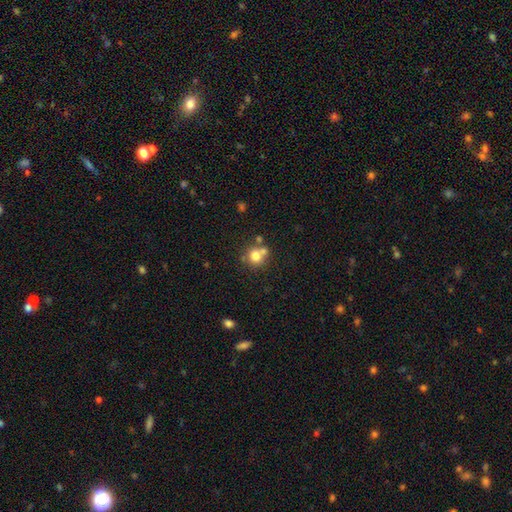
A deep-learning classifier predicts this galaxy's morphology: smooth_or_featured: smooth (p=0.75) [alt: featured or disk p=0.13]
how_rounded: round (p=0.85) [alt: in between p=0.14]
merging: none (p=0.55) [alt: merger p=0.31]